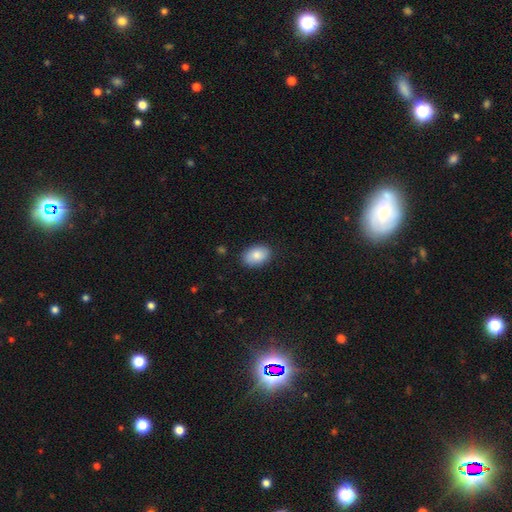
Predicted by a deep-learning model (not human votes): Smooth or featured? Predicted: smooth (p=0.85). How rounded? Predicted: in between (p=0.86). Merging? Predicted: none (p=0.87).